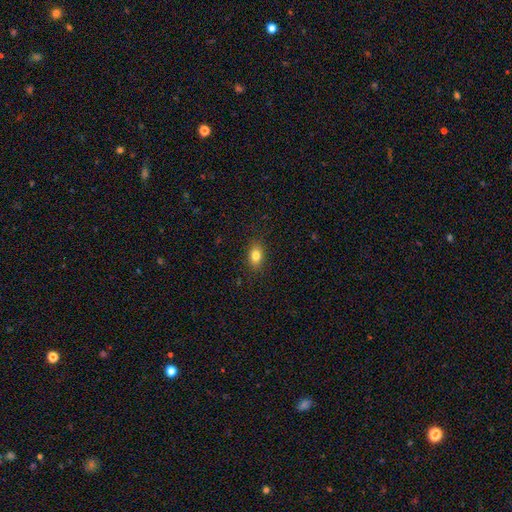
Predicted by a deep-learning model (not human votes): The model was most divided on "how rounded": in between: 76%, round: 23%, cigar-shaped: 2%. More confident: merging — none (87%); smooth or featured — smooth (82%).